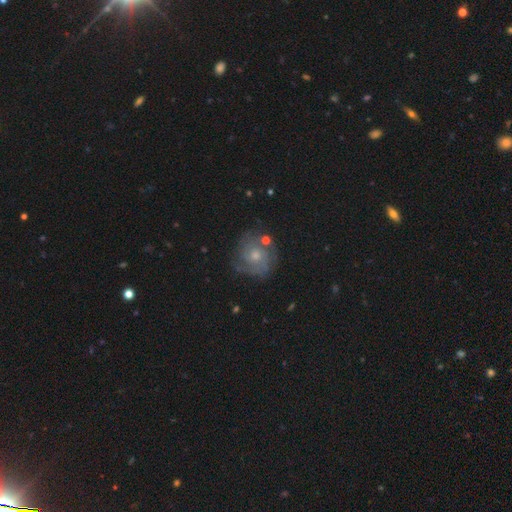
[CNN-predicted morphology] A featured or disk galaxy (69%) with no bar (79%), tight (59%) spiral arms (87%) and a moderate central bulge (49%). Merging: none (70%).